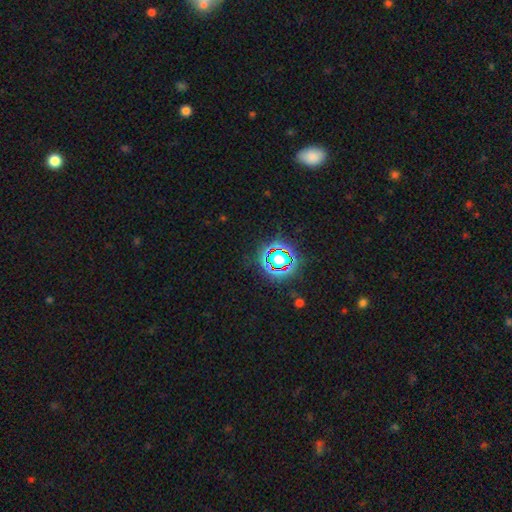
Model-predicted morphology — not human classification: Q: Smooth or featured?
A: star or artifact (75%); runner-up: smooth (17%)